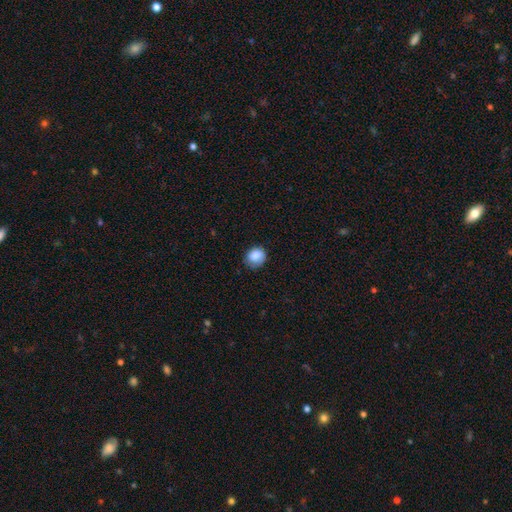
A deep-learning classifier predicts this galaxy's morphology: The model was most divided on "merging": none: 68%, minor disturbance: 24%, major disturbance: 6%, merger: 1%. More confident: smooth or featured — smooth (83%); how rounded — round (72%).